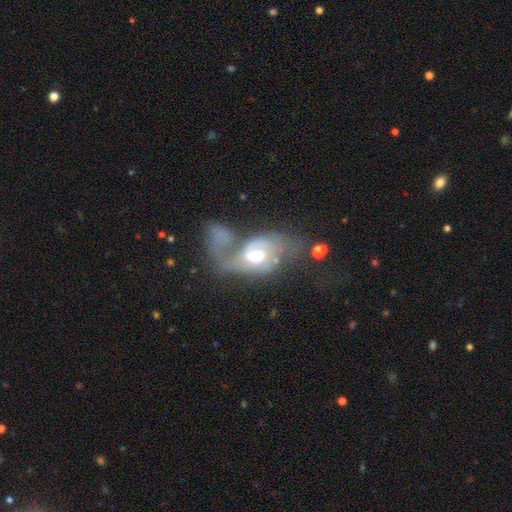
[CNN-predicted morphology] This is likely a featured or disk galaxy (61%). It is clearly not viewed edge-on (95%). Bar: possibly no (54%). Spiral arm pattern: likely yes (67%). Central bulge: likely moderate (66%). Merging: marginally major disturbance (36%, tied with merger).